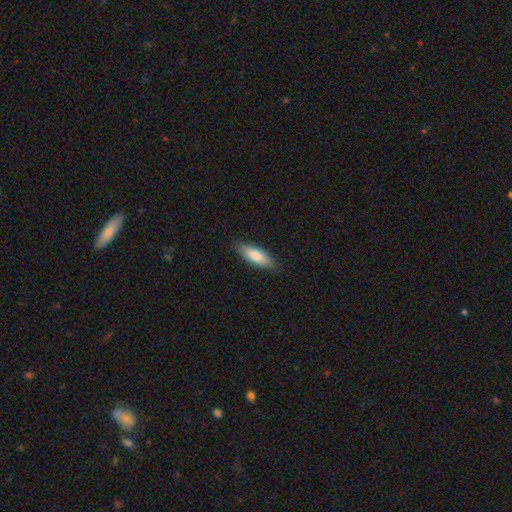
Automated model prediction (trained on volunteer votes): Smooth or featured?
  - smooth: 82% *
  - featured or disk: 12%
  - star or artifact: 5%
How rounded?
  - in between: 59% *
  - cigar-shaped: 40%
  - round: 2%
Merging?
  - none: 86% *
  - minor disturbance: 11%
  - major disturbance: 2%
  - merger: 1%